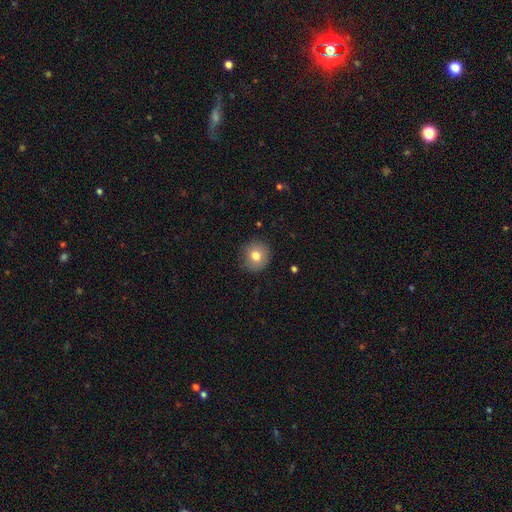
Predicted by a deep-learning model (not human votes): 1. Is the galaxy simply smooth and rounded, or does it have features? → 77% smooth, 12% featured or disk, 10% star or artifact.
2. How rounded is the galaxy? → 92% round, 8% in between, 1% cigar-shaped.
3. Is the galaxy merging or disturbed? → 85% none, 11% minor disturbance, 3% major disturbance, 1% merger.